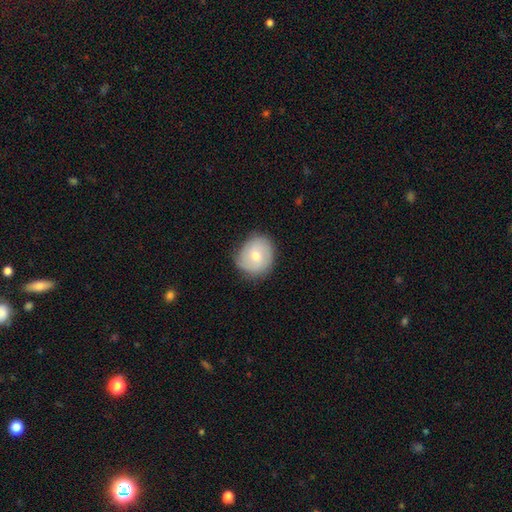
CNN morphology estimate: Smooth or featured? smooth (57%)
How rounded? round (76%)
Merging? none (73%)